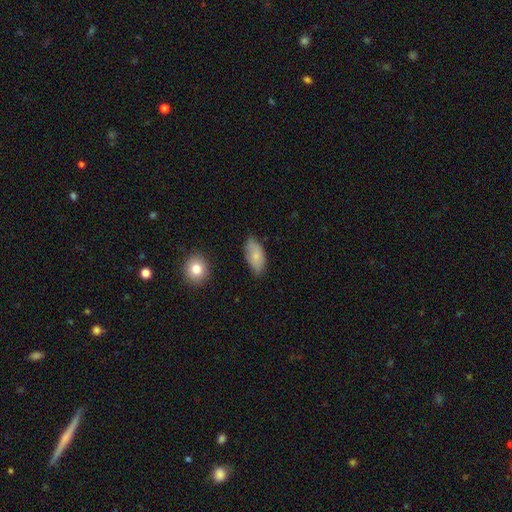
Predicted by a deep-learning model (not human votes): The model was most divided on "merging": none: 68%, minor disturbance: 26%, major disturbance: 4%, merger: 2%. More confident: how rounded — in between (92%); smooth or featured — smooth (79%).